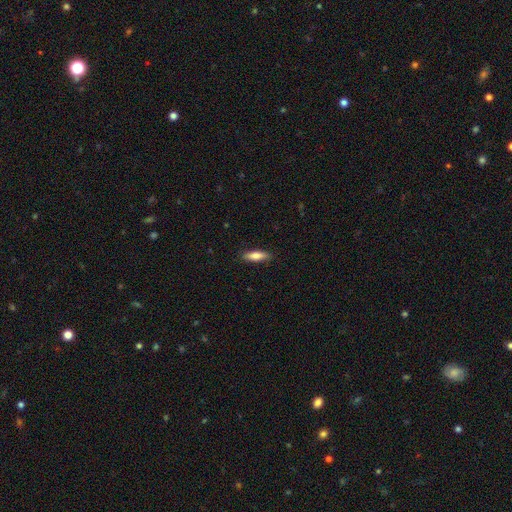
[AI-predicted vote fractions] Overall: smooth (78%). How rounded: cigar-shaped (53%; in between 45%). Merging: none (87%).